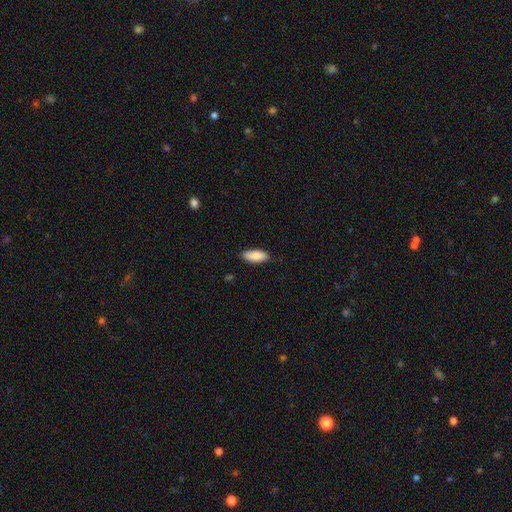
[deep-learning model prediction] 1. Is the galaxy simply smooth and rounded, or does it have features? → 86% smooth, 8% featured or disk, 6% star or artifact.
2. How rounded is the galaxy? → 80% in between, 18% cigar-shaped, 2% round.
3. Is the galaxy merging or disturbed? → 82% none, 15% minor disturbance, 2% major disturbance, 1% merger.